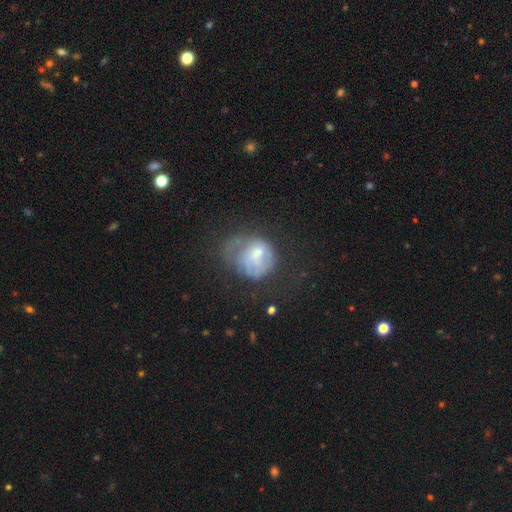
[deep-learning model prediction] Smooth or featured?
  - smooth: 54% *
  - featured or disk: 36%
  - star or artifact: 10%
How rounded?
  - round: 67% *
  - in between: 32%
  - cigar-shaped: 1%
Merging?
  - major disturbance: 41% *
  - none: 29%
  - minor disturbance: 26%
  - merger: 4%